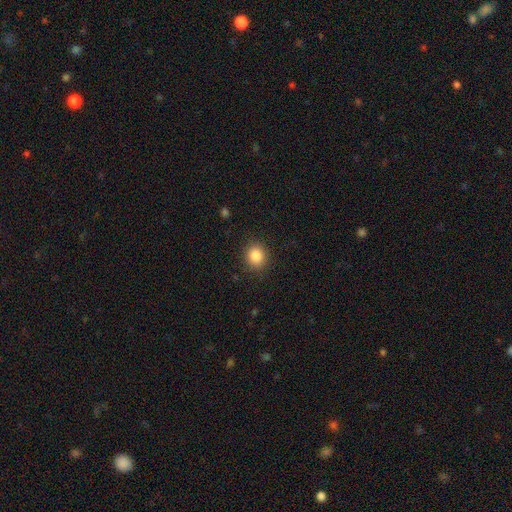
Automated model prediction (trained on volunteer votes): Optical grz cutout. It shows a smooth galaxy with no disk features (86%) that is round (76%). Merging: none (88%).